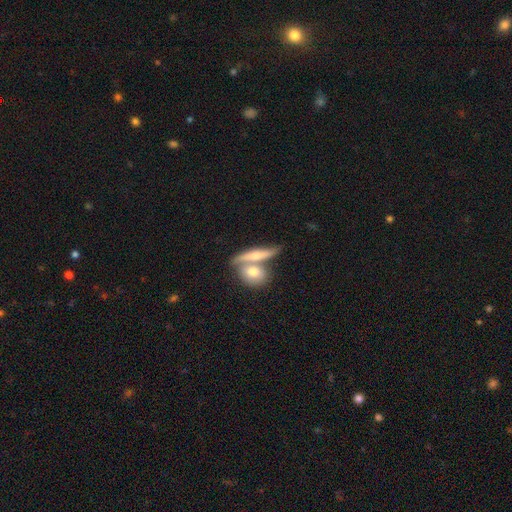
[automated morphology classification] Smooth or featured: smooth — 53% (featured or disk — 41%)
How rounded: cigar-shaped — 48% (in between — 41%)
Merging: merger — 47% (none — 39%)